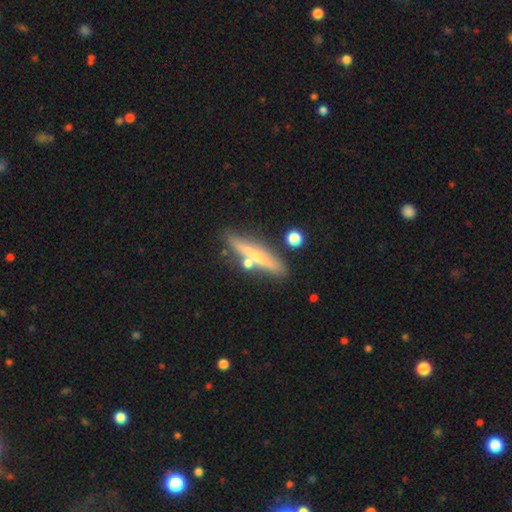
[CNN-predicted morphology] This is possibly a featured or disk galaxy (54%). It is clearly viewed edge-on (91%). Merging: likely none (76%).